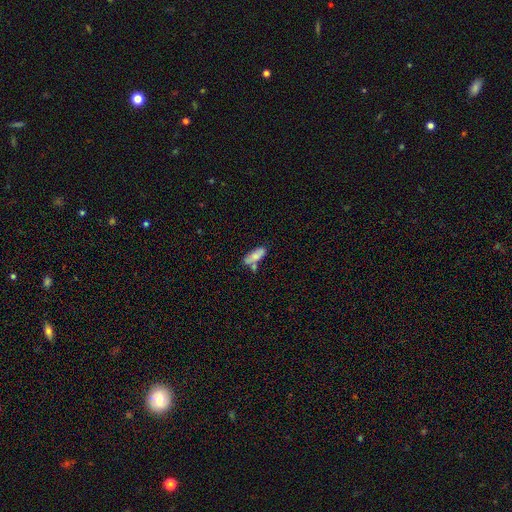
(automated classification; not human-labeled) This appears to be a smooth galaxy with no disk features (73%) that is in between round and cigar-shaped (71%). Merging: none (50%).